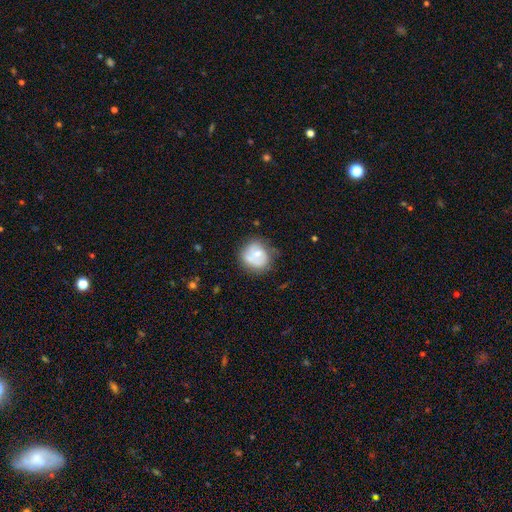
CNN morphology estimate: A smooth galaxy with no disk features (55%) that is round (76%).

Vote fractions:
- Smooth or featured? smooth: 55% / featured or disk: 37% / star or artifact: 8%
- How rounded? round: 76% / in between: 24% / cigar-shaped: 1%
- Merging? none: 50% / minor disturbance: 26% / merger: 12% / major disturbance: 12%